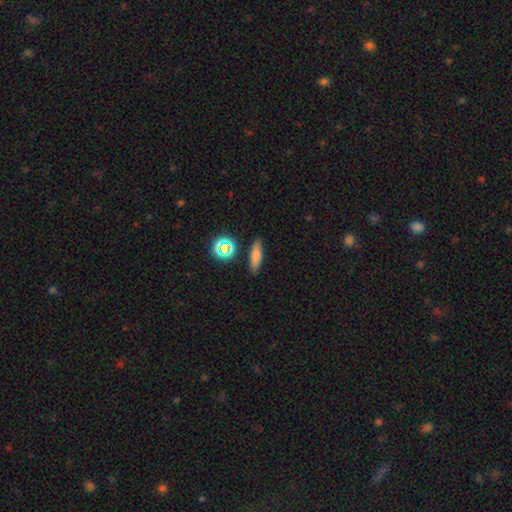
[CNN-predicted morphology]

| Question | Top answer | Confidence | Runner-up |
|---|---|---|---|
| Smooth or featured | smooth | 75% | star or artifact (13%) |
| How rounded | cigar-shaped | 56% | in between (38%) |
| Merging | none | 85% | minor disturbance (10%) |